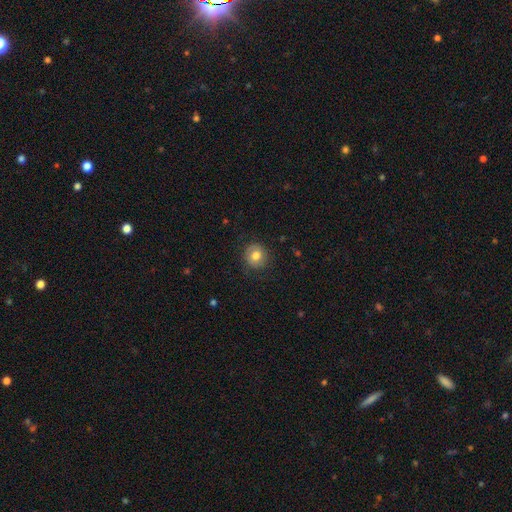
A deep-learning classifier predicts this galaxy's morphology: A smooth galaxy with no disk features (78%) that is round (90%). Merging: none (84%).